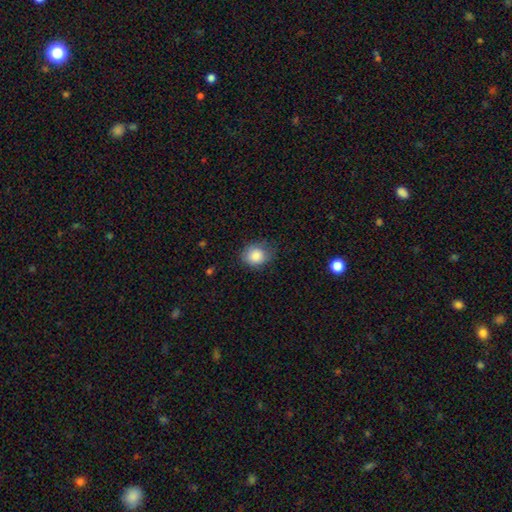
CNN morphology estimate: Smooth or featured?
  - smooth: 87% *
  - star or artifact: 9%
  - featured or disk: 5%
How rounded?
  - round: 65% *
  - in between: 34%
  - cigar-shaped: 1%
Merging?
  - none: 71% *
  - minor disturbance: 23%
  - major disturbance: 5%
  - merger: 1%